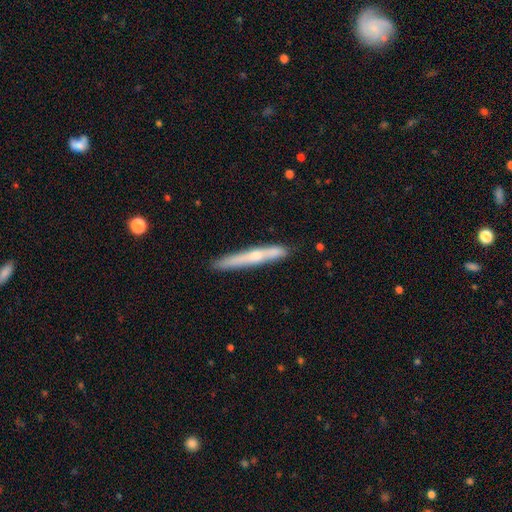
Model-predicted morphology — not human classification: Smooth or featured? featured or disk (51%)
Edge-on disk? yes (92%)
Merging? none (83%)